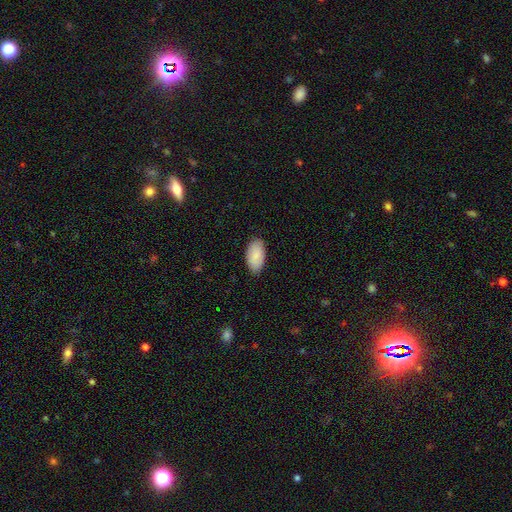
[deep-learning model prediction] Q: Smooth or featured?
A: smooth (86%); runner-up: featured or disk (8%)
Q: How rounded?
A: in between (95%); runner-up: round (2%)
Q: Merging?
A: none (84%); runner-up: minor disturbance (13%)